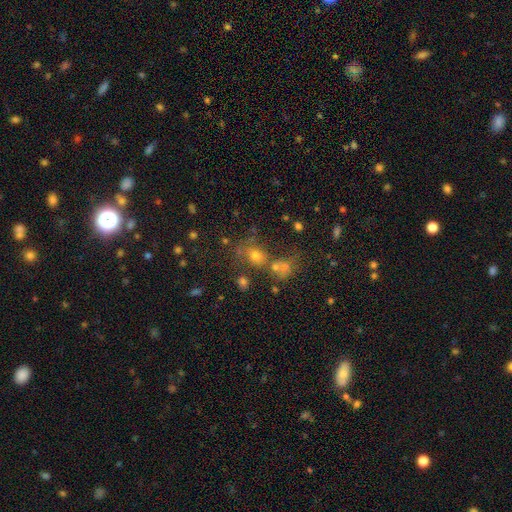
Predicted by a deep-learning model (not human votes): Overall: smooth (60%; star or artifact 27%). How rounded: round (63%; in between 35%). Merging: none (52%; merger 28%).